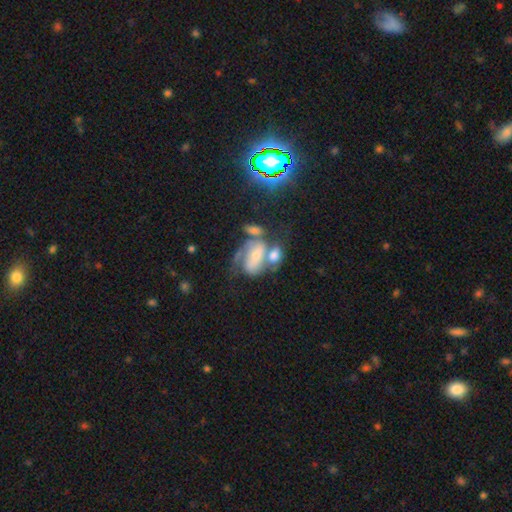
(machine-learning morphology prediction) Smooth or featured? featured or disk (60%)
Edge-on disk? no (96%)
Bar? no (49%)
Spiral arms? yes (71%)
Bulge size? small (52%)
Merging? merger (49%)